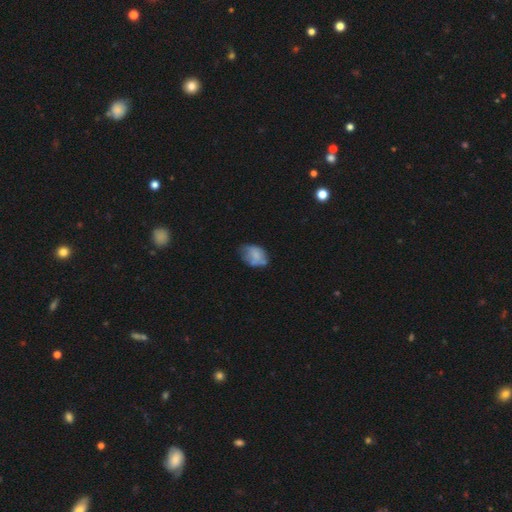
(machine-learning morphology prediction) Q: Smooth or featured?
A: smooth (68%); runner-up: featured or disk (23%)
Q: How rounded?
A: in between (75%); runner-up: round (24%)
Q: Merging?
A: none (45%); runner-up: minor disturbance (36%)